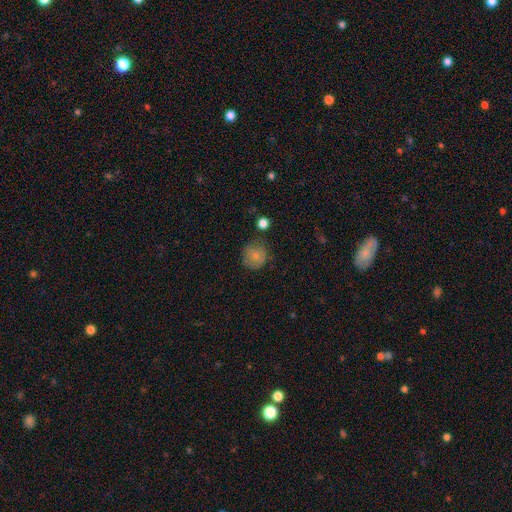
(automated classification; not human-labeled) Overall: smooth (79%). How rounded: round (89%). Merging: none (72%).